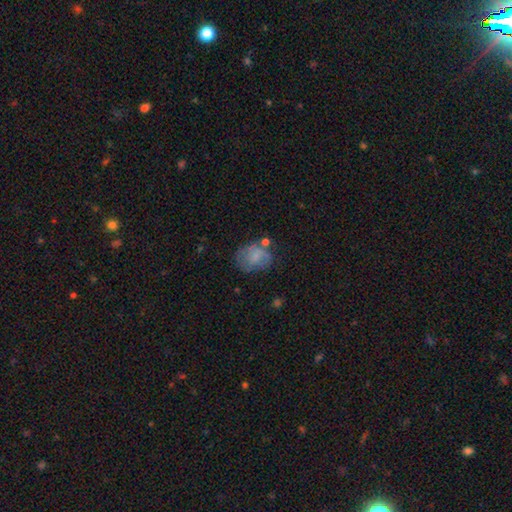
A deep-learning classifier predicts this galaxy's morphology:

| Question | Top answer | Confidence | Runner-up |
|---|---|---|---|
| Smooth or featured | smooth | 58% | featured or disk (32%) |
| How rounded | in between | 55% | round (44%) |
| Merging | none | 48% | minor disturbance (26%) |